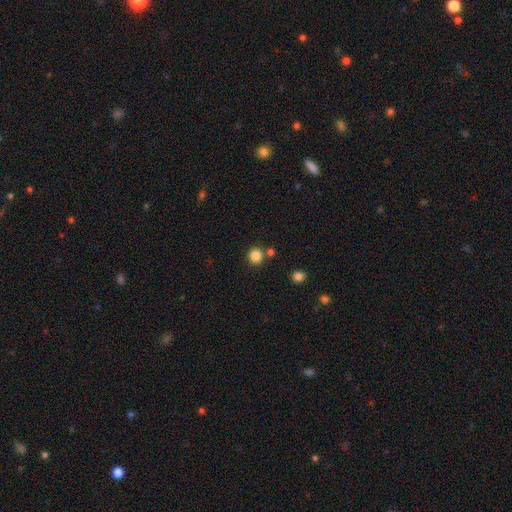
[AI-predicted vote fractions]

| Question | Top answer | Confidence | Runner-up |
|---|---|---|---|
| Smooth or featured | smooth | 85% | star or artifact (11%) |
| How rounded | round | 91% | in between (8%) |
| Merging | none | 80% | merger (10%) |